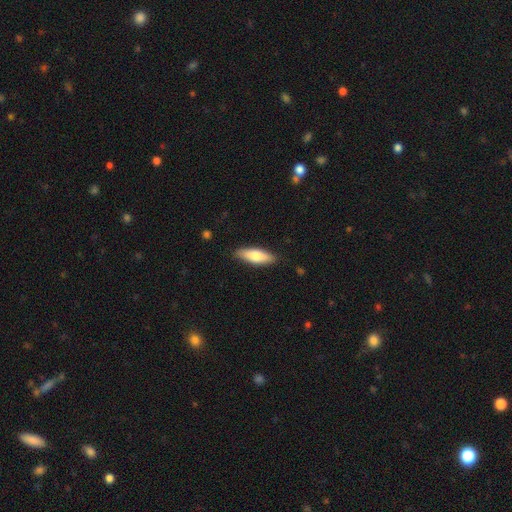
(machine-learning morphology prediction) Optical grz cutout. It shows a smooth galaxy with no disk features (74%) that is in between round and cigar-shaped (57%). Merging: none (86%).